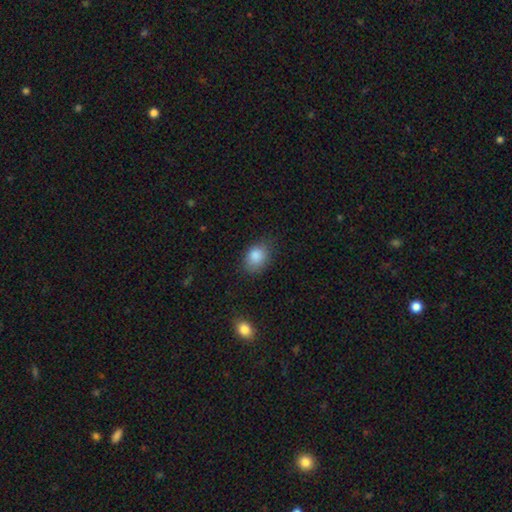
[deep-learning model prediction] A smooth galaxy with no disk features (86%) that is in between round and cigar-shaped (70%).

Vote fractions:
- Smooth or featured? smooth: 86% / star or artifact: 8% / featured or disk: 6%
- How rounded? in between: 70% / round: 29% / cigar-shaped: 1%
- Merging? none: 72% / minor disturbance: 21% / major disturbance: 5% / merger: 2%